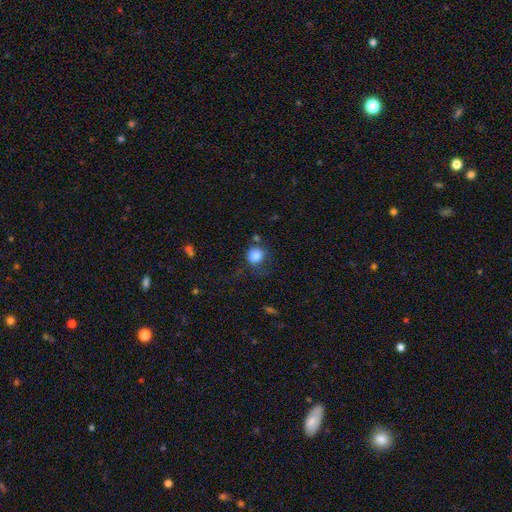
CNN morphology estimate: type=smooth (83%); roundness=round (78%); merging=none (50%).